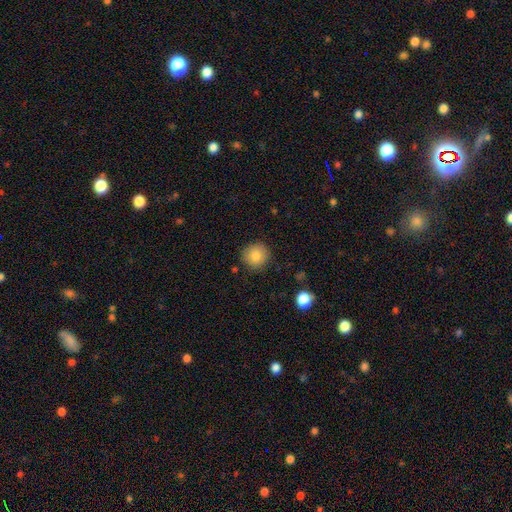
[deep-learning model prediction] The model was most divided on "smooth or featured": smooth: 84%, star or artifact: 9%, featured or disk: 8%. More confident: how rounded — round (92%); merging — none (87%).